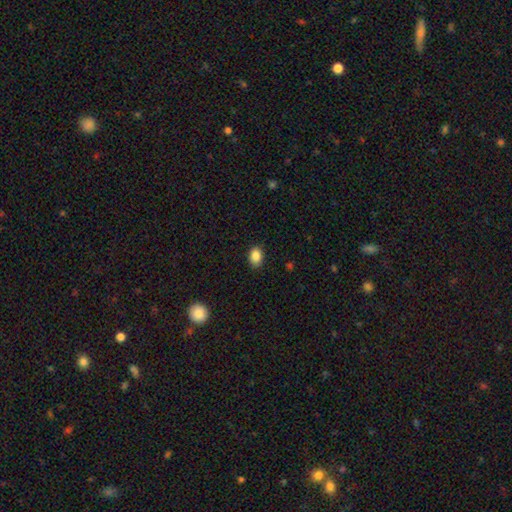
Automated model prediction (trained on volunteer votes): The model was most divided on "how rounded": in between: 74%, round: 25%, cigar-shaped: 1%. More confident: smooth or featured — smooth (87%); merging — none (85%).